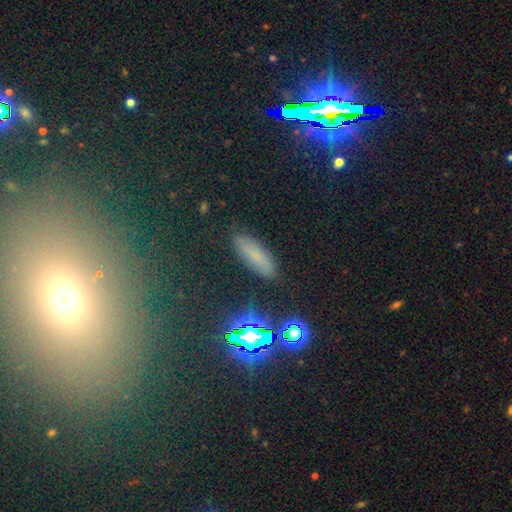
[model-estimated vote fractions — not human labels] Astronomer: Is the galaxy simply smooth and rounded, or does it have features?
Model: smooth — 65%.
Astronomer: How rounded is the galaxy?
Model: cigar-shaped — 49% (runner-up: in between, 47%).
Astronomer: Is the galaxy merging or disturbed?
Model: none — 87%.